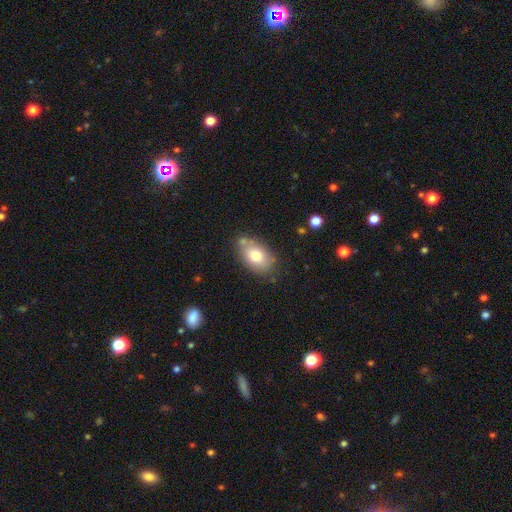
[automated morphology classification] smooth 75%, featured or disk 16%, star or artifact 8%. Down the decision tree: how rounded — in between (86%); merging — none (67%).